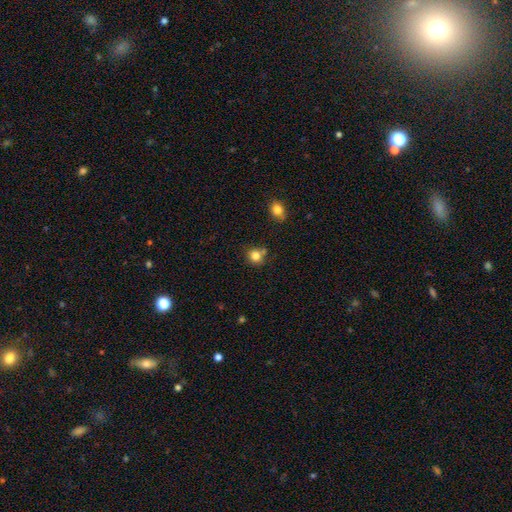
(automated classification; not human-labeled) This appears to be a smooth galaxy with no disk features (82%) that is round (87%). Merging: none (70%).